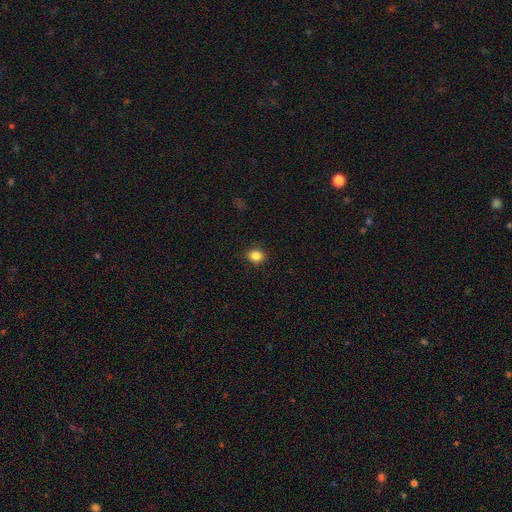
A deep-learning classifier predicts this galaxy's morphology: This appears to be a smooth galaxy with no disk features (85%) that is round (70%). Merging: none (90%).